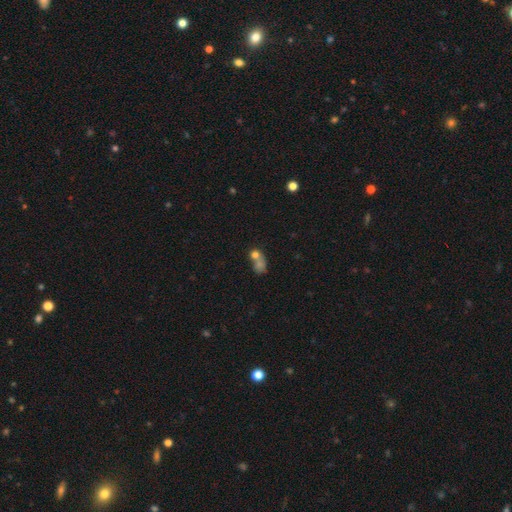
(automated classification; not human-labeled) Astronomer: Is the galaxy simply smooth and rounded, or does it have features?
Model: smooth — 69%.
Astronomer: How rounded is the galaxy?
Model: round — 51% (runner-up: in between, 47%).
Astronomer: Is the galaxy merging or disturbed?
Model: merger — 60%.